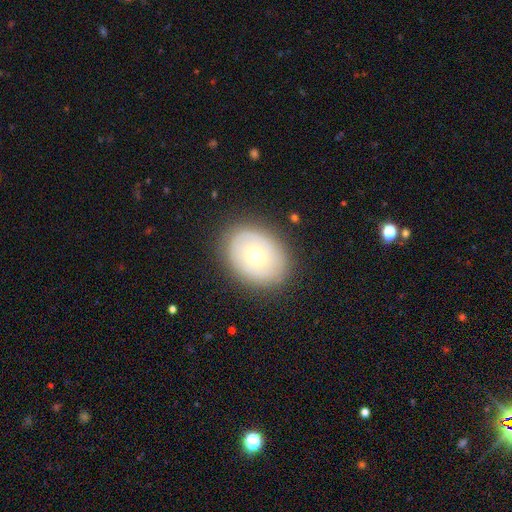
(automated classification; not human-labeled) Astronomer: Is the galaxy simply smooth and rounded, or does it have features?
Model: smooth — 54% (runner-up: featured or disk, 38%).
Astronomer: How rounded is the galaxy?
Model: in between — 61% (runner-up: round, 38%).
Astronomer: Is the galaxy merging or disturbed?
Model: none — 84%.